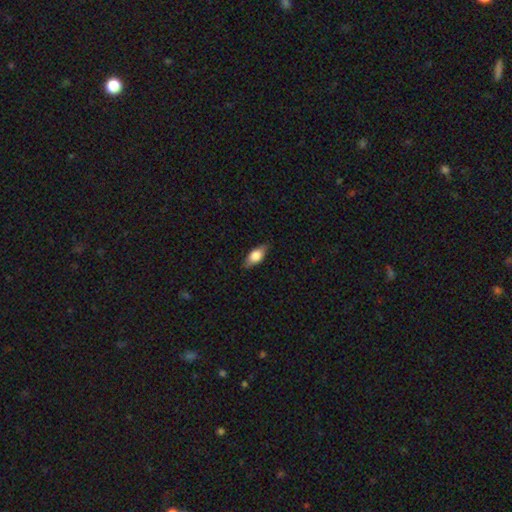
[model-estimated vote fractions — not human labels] This is likely a smooth galaxy (67%). How rounded: clearly in between (81%). Merging: clearly none (82%).